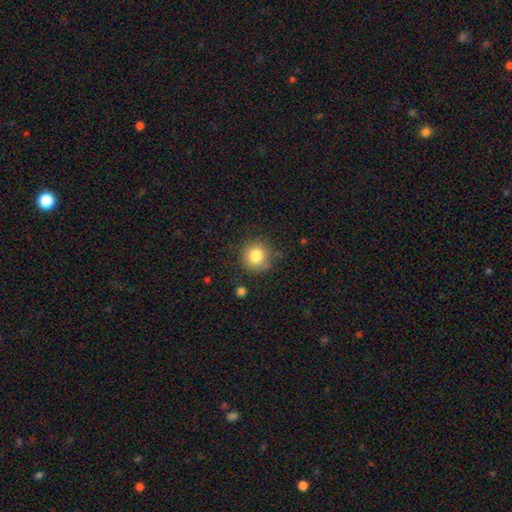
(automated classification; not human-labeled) Overall: smooth (83%). How rounded: round (91%). Merging: none (82%).